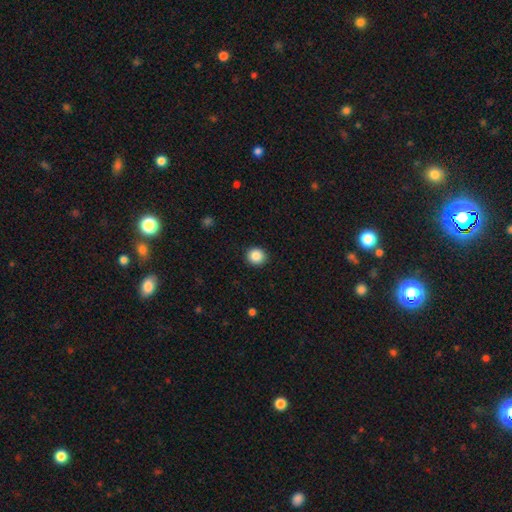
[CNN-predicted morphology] Q: Smooth or featured?
A: smooth (87%); runner-up: star or artifact (9%)
Q: How rounded?
A: round (91%); runner-up: in between (9%)
Q: Merging?
A: none (92%); runner-up: minor disturbance (6%)